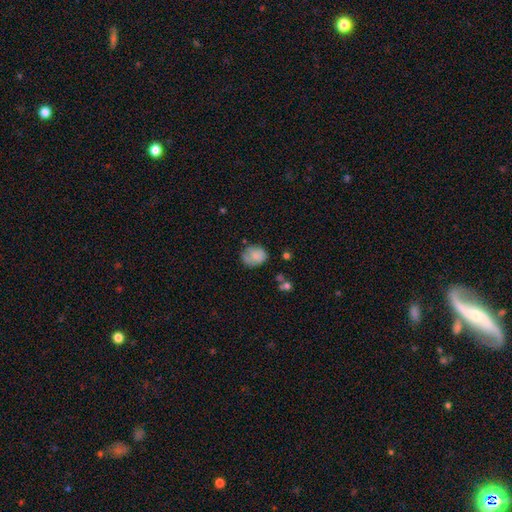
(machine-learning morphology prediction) type=smooth (72%); roundness=round (53%); merging=none (58%).